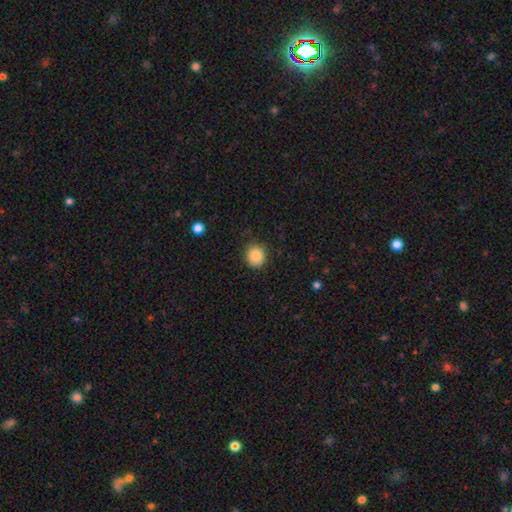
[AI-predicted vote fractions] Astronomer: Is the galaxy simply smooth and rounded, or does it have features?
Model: smooth — 87%.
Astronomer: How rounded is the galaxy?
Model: round — 84%.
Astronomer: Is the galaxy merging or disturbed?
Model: none — 86%.